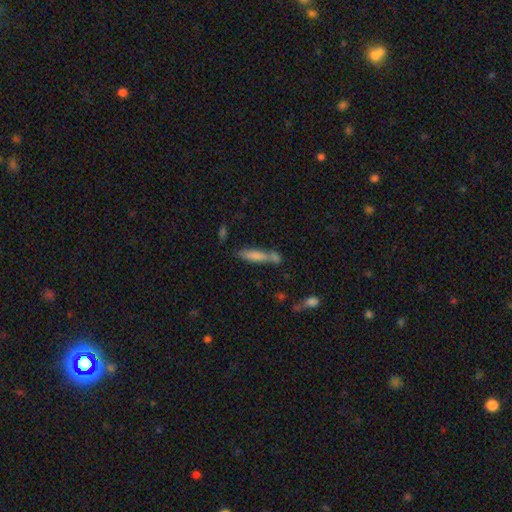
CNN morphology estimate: Smooth or featured? smooth (74%)
How rounded? cigar-shaped (82%)
Merging? none (52%)